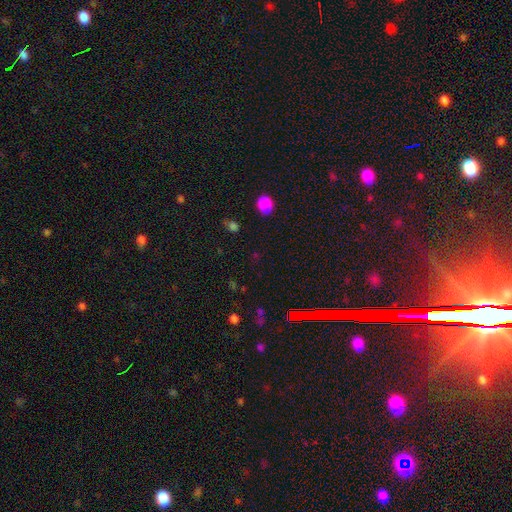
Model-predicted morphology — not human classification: The model was most divided on "smooth or featured": smooth: 52%, star or artifact: 41%, featured or disk: 7%. More confident: merging — none (77%); how rounded — round (66%).